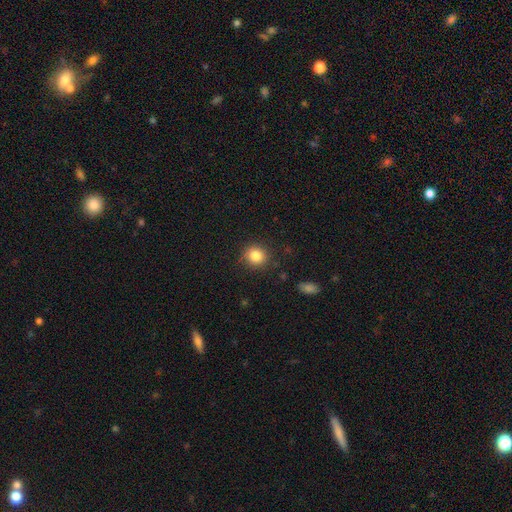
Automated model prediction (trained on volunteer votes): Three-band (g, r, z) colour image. It shows a smooth galaxy with no disk features (84%) that is round (87%). Merging: none (86%).